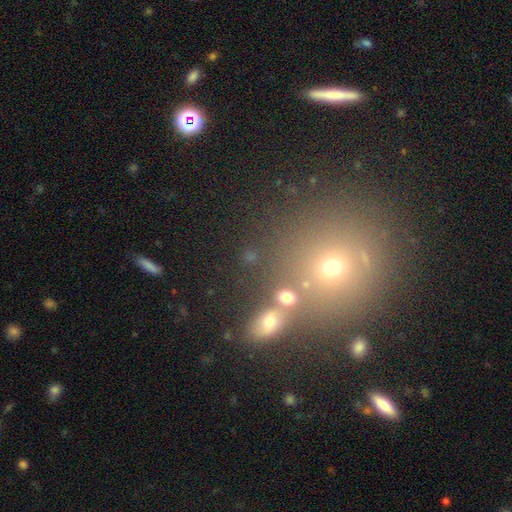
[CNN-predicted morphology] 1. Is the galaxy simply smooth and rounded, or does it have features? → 56% smooth, 31% star or artifact, 13% featured or disk.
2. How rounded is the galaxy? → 72% round, 25% in between, 3% cigar-shaped.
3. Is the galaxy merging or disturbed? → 67% none, 18% merger, 10% minor disturbance, 6% major disturbance.